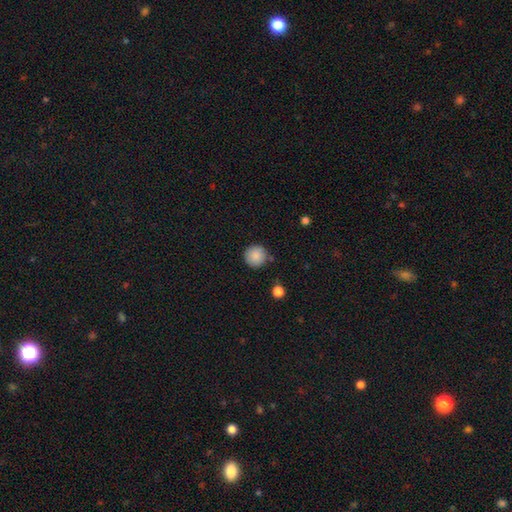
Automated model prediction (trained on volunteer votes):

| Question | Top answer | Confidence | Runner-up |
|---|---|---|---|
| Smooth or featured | smooth | 88% | star or artifact (8%) |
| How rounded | round | 95% | in between (4%) |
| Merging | none | 86% | minor disturbance (9%) |